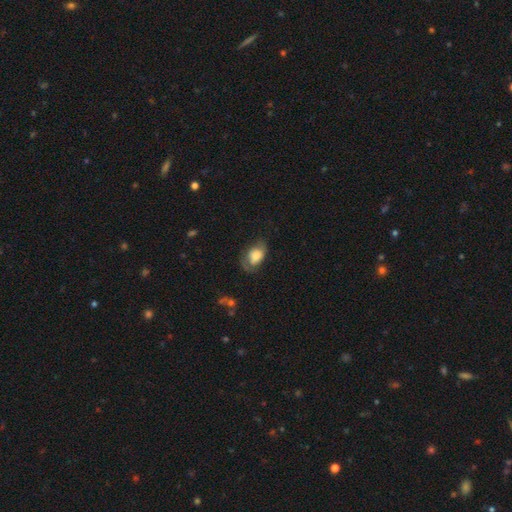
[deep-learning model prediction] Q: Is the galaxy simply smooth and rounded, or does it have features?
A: smooth — 65%.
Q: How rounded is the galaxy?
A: in between — 85%.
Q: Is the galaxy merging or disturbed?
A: none — 50%.